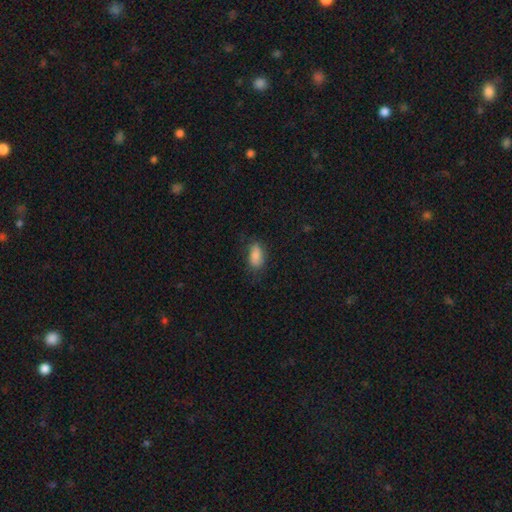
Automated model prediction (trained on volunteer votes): Overall: smooth (84%). How rounded: in between (91%). Merging: none (69%).